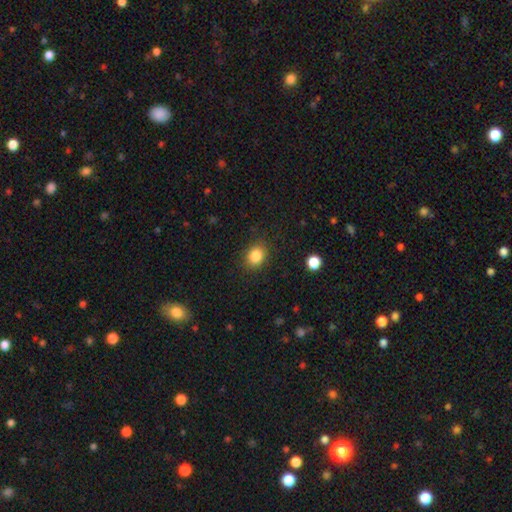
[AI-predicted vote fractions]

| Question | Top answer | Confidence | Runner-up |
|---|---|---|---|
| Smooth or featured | smooth | 85% | star or artifact (10%) |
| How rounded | round | 59% | in between (40%) |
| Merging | none | 86% | minor disturbance (10%) |